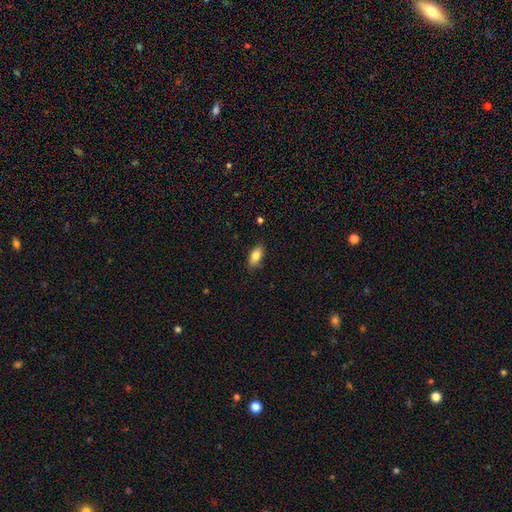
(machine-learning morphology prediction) type=smooth (82%); roundness=in between (87%); merging=none (84%).